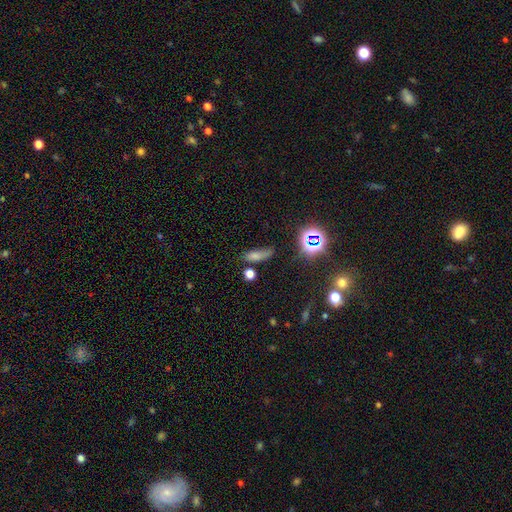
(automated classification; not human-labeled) Overall: smooth (66%). How rounded: in between (50%; cigar-shaped 44%). Merging: none (56%; minor disturbance 25%).